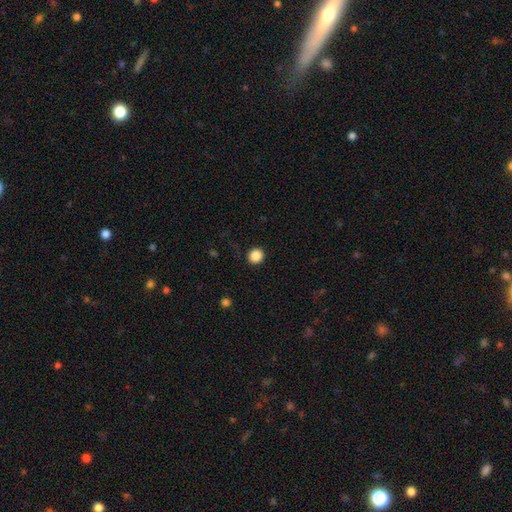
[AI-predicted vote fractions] smooth 87%, star or artifact 10%, featured or disk 3%. Down the decision tree: how rounded — round (91%); merging — none (91%).